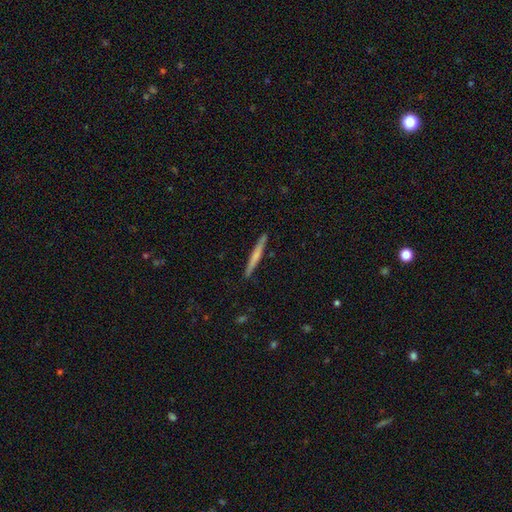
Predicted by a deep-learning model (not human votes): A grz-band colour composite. It shows a smooth galaxy with no disk features (54%) that is cigar-shaped (97%). Merging: none (91%).